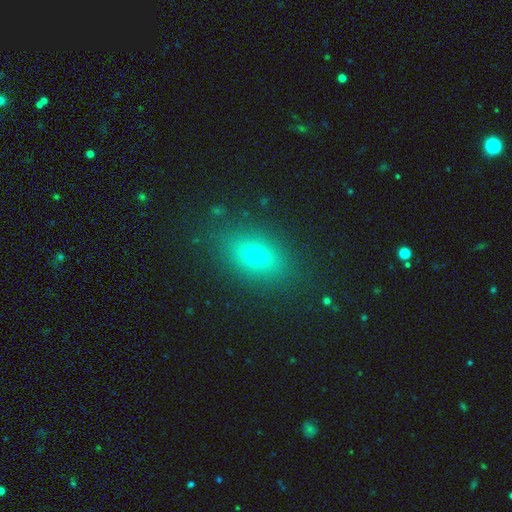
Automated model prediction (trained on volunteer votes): smooth 67%, star or artifact 17%, featured or disk 16%. Down the decision tree: how rounded — in between (76%); merging — none (84%).